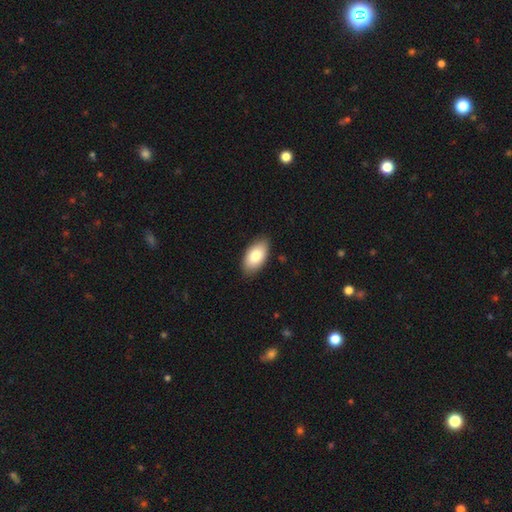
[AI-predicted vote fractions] Morphology: type=smooth (79%); roundness=in between (95%); merging=none (87%).